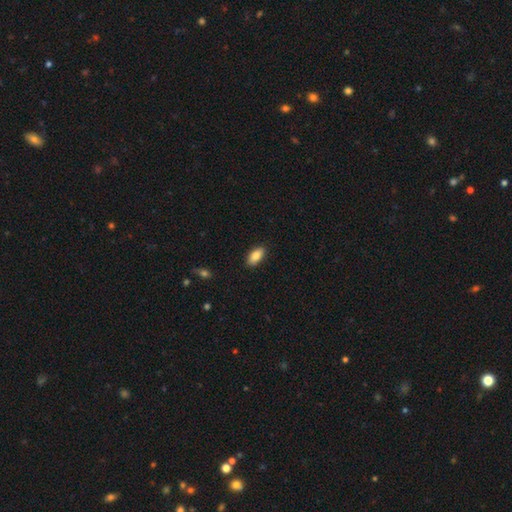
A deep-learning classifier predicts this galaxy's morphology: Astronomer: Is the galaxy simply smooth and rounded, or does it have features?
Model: smooth — 85%.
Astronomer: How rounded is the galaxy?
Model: in between — 89%.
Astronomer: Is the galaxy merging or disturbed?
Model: none — 88%.